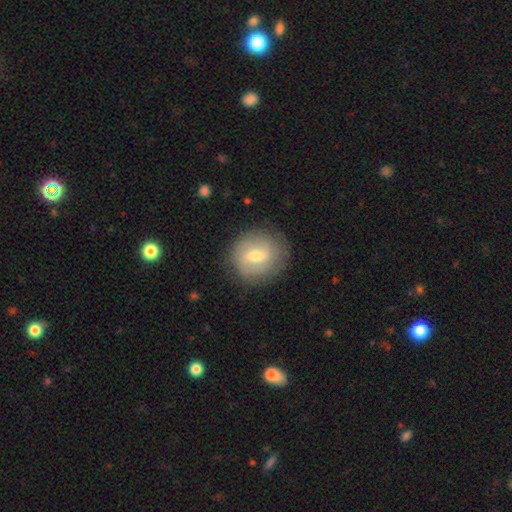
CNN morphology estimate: Smooth or featured? Predicted: featured or disk (p=0.54). Edge-on disk? Predicted: no (p=0.95). Bar? Predicted: weak (p=0.58). Spiral arms? Predicted: yes (p=0.67). Bulge size? Predicted: moderate (p=0.63). Merging? Predicted: none (p=0.82).